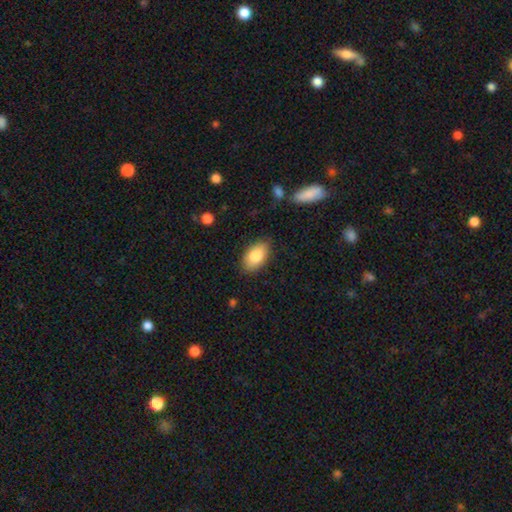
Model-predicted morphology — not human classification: This appears to be a smooth galaxy with no disk features (84%) that is in between round and cigar-shaped (93%). Merging: none (84%).